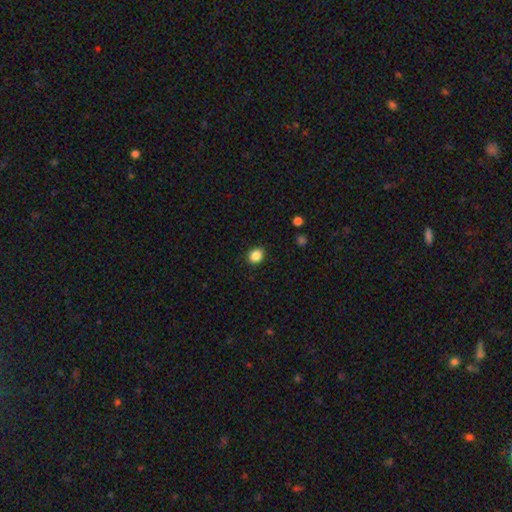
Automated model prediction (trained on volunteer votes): The model was most divided on "how rounded": round: 62%, in between: 37%, cigar-shaped: 1%. More confident: merging — none (89%); smooth or featured — smooth (86%).